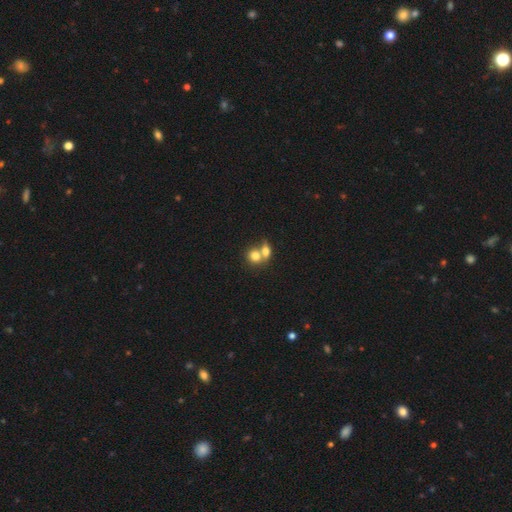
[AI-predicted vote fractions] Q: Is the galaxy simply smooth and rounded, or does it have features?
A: smooth — 77%.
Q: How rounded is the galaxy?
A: round — 60%.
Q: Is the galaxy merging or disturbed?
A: merger — 65%.